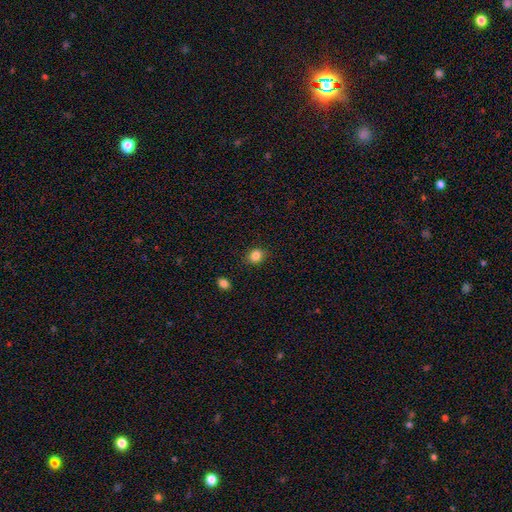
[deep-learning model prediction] Morphology: type=smooth (84%); roundness=round (67%); merging=none (88%).